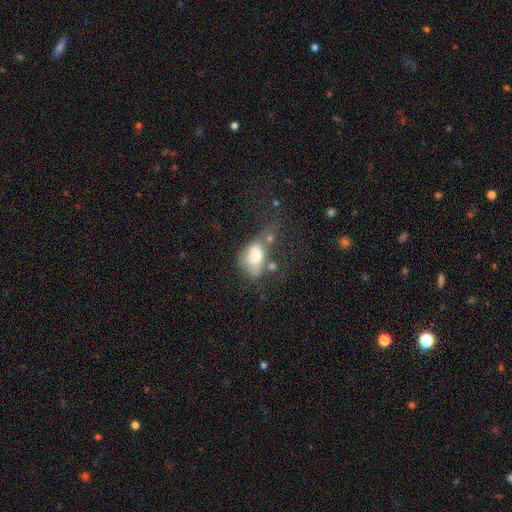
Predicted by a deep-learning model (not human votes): smooth 63%, featured or disk 26%, star or artifact 11%. Down the decision tree: how rounded — in between (81%); merging — major disturbance (32%).